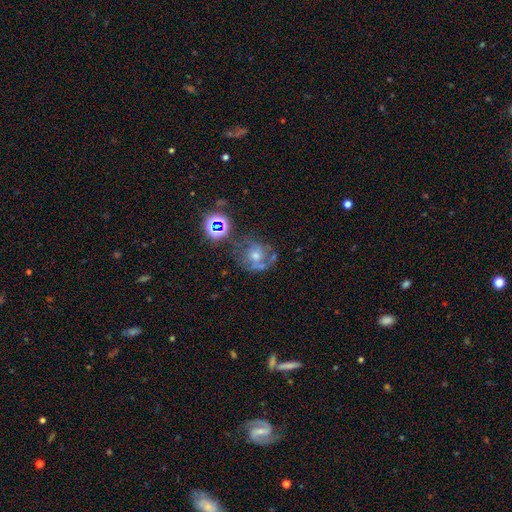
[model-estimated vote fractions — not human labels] The model was most divided on "bulge size": moderate: 57%, small: 30%, large: 7%, none: 4%, dominant: 2%. More confident: edge-on disk — no (97%); bar — no (73%); spiral arms — yes (73%); merging — none (54%); smooth or featured — featured or disk (54%).